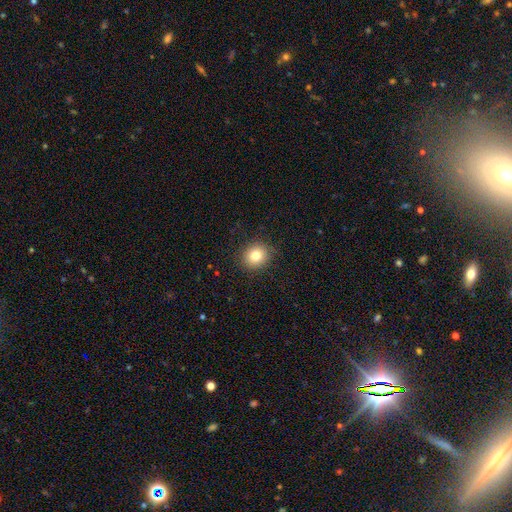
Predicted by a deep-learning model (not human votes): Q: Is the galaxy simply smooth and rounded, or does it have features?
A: smooth — 80%.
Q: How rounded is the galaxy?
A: round — 81%.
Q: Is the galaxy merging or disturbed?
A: none — 87%.